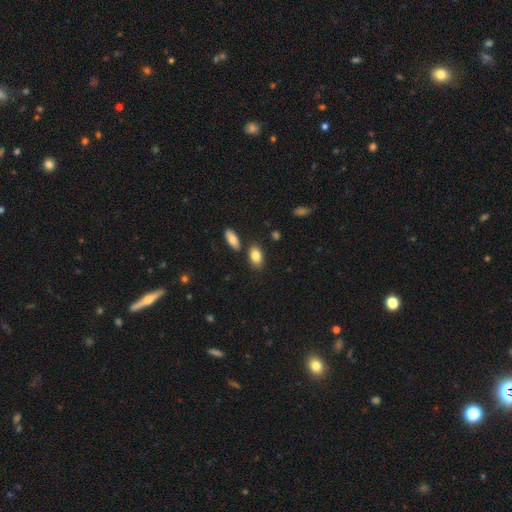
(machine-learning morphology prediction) Smooth or featured? smooth (84%)
How rounded? in between (90%)
Merging? none (78%)